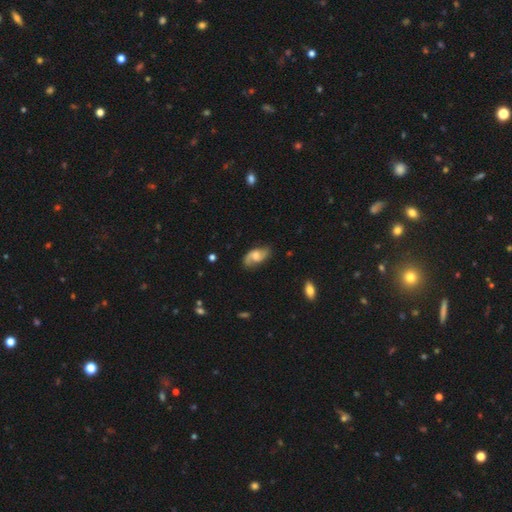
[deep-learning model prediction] Smooth or featured?
  - featured or disk: 68% *
  - smooth: 25%
  - star or artifact: 7%
Edge-on disk?
  - no: 95% *
  - yes: 5%
Bar?
  - no: 60% *
  - weak: 35%
  - strong: 6%
Spiral arms?
  - yes: 92% *
  - no: 8%
Spiral winding?
  - loose: 41% * (tied)
  - medium: 41% * (tied)
  - tight: 18%
Spiral arm count?
  - 2: 83% *
  - can't tell: 7%
  - 1: 7%
  - 3: 1%
  - 4: 1%
  - more than 4: 1%
Bulge size?
  - moderate: 58% *
  - small: 27%
  - large: 9%
  - none: 5%
  - dominant: 1%
Merging?
  - none: 73% *
  - minor disturbance: 20%
  - major disturbance: 6%
  - merger: 1%